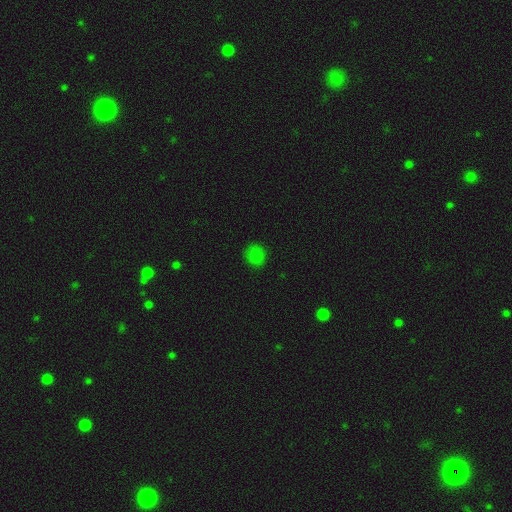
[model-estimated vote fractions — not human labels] Smooth or featured? smooth (80%)
How rounded? round (85%)
Merging? none (86%)